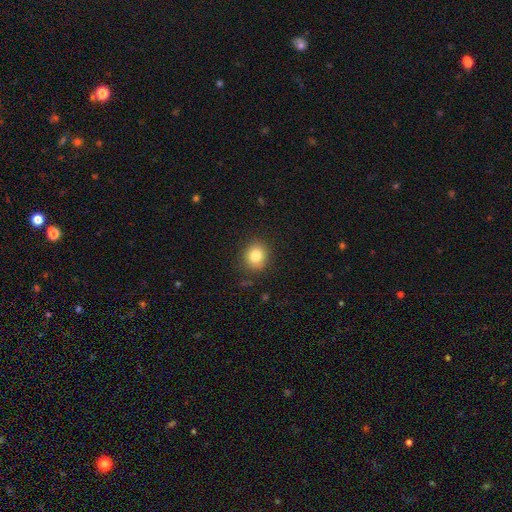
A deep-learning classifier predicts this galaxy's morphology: Smooth or featured? smooth (82%)
How rounded? round (78%)
Merging? none (87%)